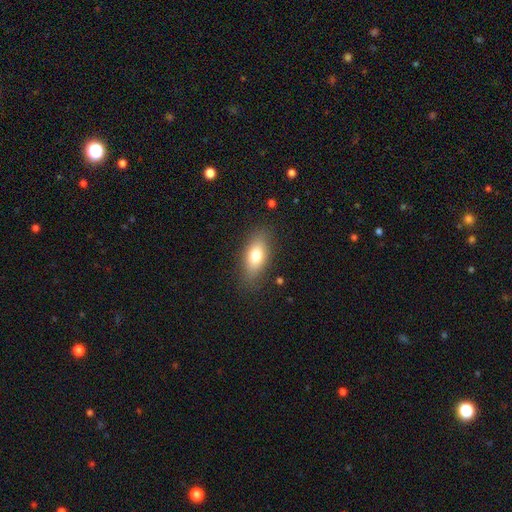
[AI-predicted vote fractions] The model was most divided on "smooth or featured": smooth: 74%, featured or disk: 17%, star or artifact: 8%. More confident: merging — none (83%); how rounded — in between (81%).